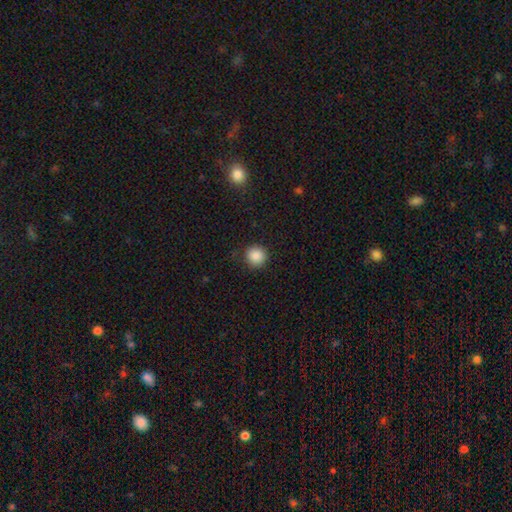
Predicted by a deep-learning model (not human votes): The model was most divided on "smooth or featured": smooth: 87%, star or artifact: 10%, featured or disk: 3%. More confident: how rounded — round (94%); merging — none (89%).